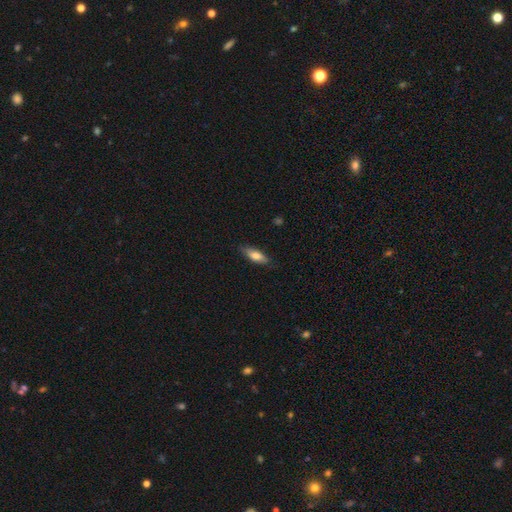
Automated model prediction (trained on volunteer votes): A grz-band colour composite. It shows a smooth galaxy with no disk features (72%) that is in between round and cigar-shaped (63%). Merging: none (82%).